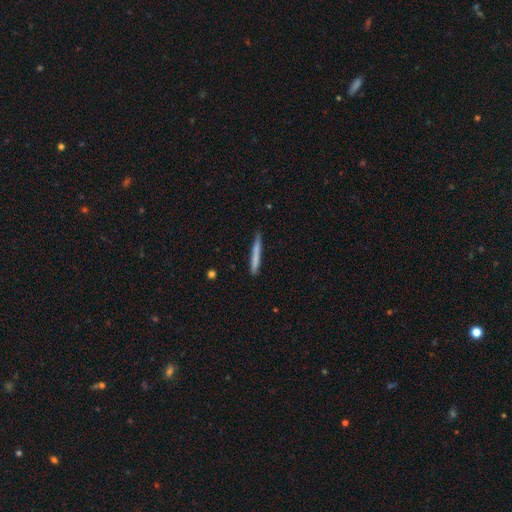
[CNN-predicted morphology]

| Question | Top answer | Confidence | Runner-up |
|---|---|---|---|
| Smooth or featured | smooth | 70% | featured or disk (24%) |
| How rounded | cigar-shaped | 96% | in between (2%) |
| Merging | none | 84% | minor disturbance (12%) |